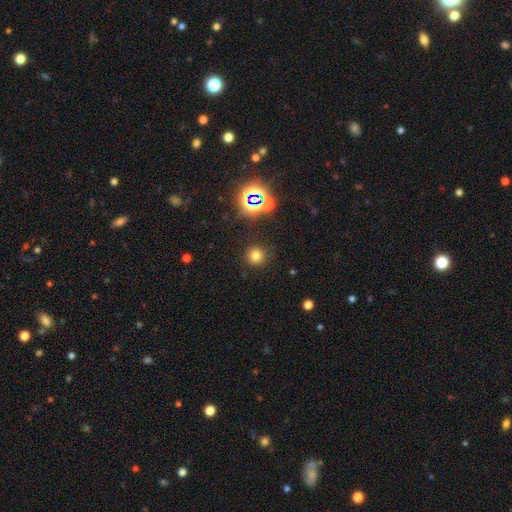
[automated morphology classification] type=smooth (72%); roundness=round (94%); merging=none (88%).